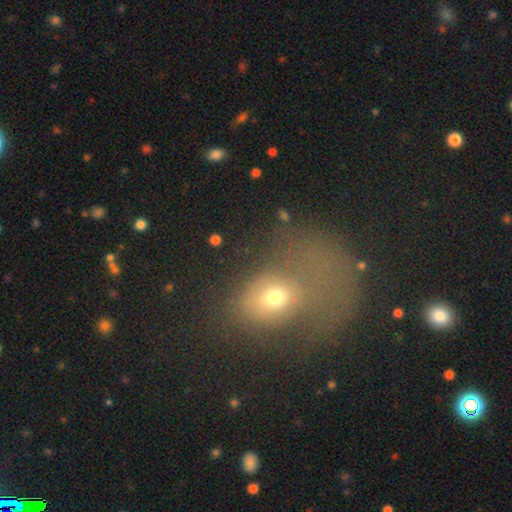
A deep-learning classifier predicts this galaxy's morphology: type=smooth (53%); roundness=in between (58%); merging=major disturbance (36%).